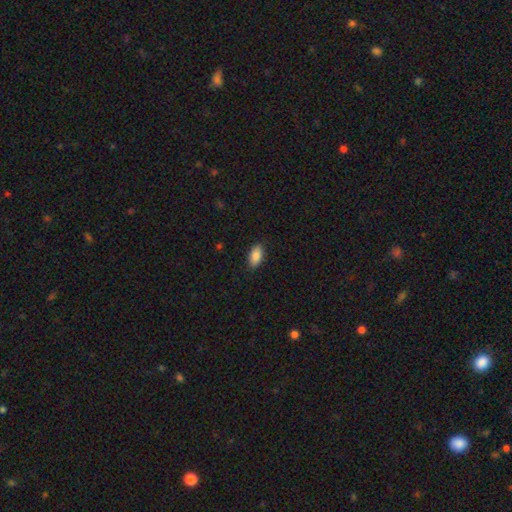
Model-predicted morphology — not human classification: Q: Smooth or featured?
A: smooth (87%); runner-up: star or artifact (7%)
Q: How rounded?
A: in between (92%); runner-up: cigar-shaped (4%)
Q: Merging?
A: none (87%); runner-up: minor disturbance (10%)